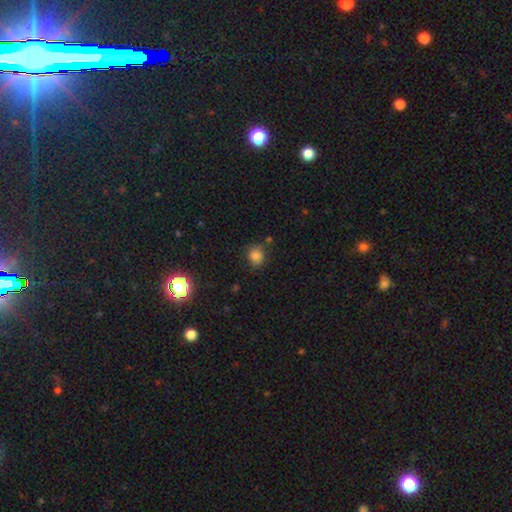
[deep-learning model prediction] Q: Smooth or featured?
A: smooth (79%); runner-up: star or artifact (14%)
Q: How rounded?
A: round (76%); runner-up: in between (23%)
Q: Merging?
A: none (72%); runner-up: minor disturbance (19%)